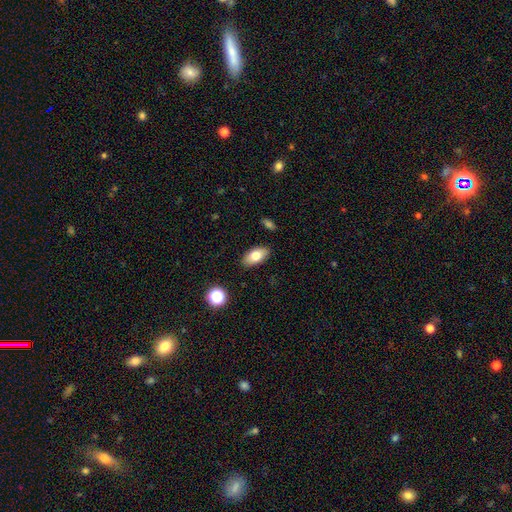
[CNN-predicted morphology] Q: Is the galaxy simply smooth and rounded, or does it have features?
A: smooth — 76%.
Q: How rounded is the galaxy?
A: in between — 91%.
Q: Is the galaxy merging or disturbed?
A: none — 87%.